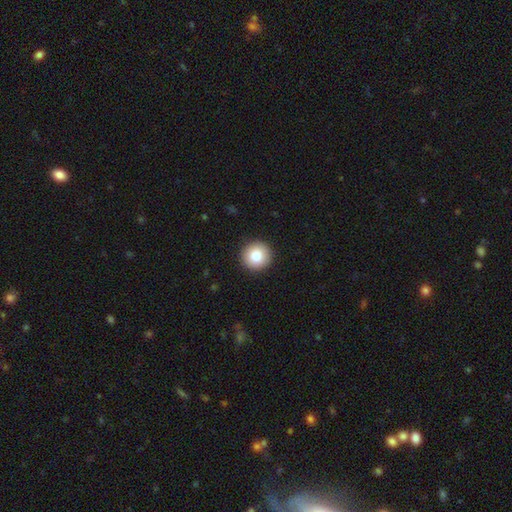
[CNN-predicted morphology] Q: Smooth or featured?
A: smooth (84%); runner-up: star or artifact (8%)
Q: How rounded?
A: round (95%); runner-up: in between (4%)
Q: Merging?
A: none (93%); runner-up: minor disturbance (5%)